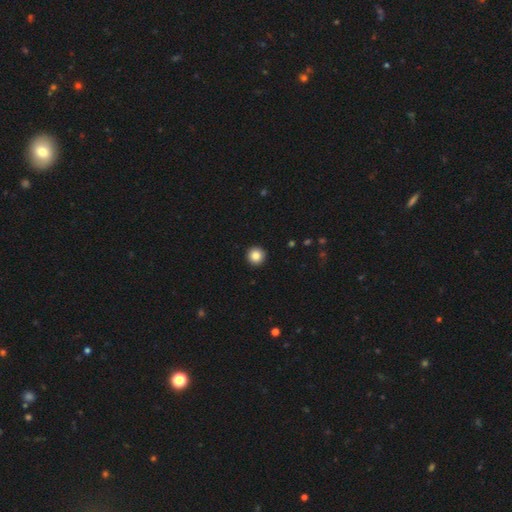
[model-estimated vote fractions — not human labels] Overall: smooth (87%). How rounded: round (95%). Merging: none (94%).